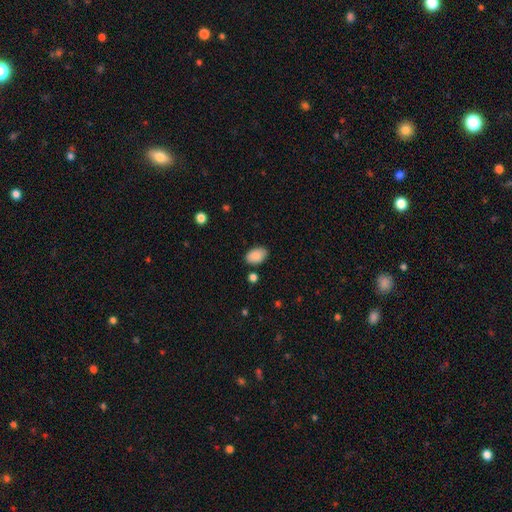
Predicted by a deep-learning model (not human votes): Smooth or featured? Predicted: smooth (p=0.89). How rounded? Predicted: in between (p=0.89). Merging? Predicted: none (p=0.82).